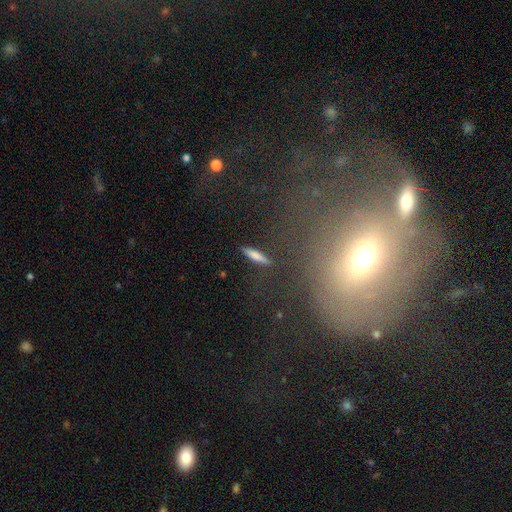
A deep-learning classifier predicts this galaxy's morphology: smooth 69%, featured or disk 22%, star or artifact 9%. Down the decision tree: how rounded — cigar-shaped (81%); merging — none (87%).